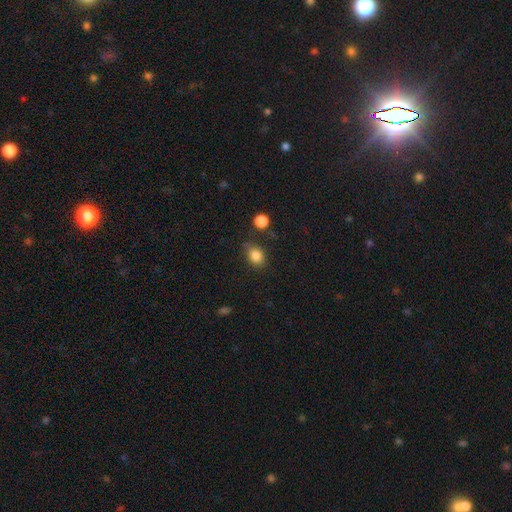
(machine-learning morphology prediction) smooth_or_featured: smooth (p=0.85) [alt: star or artifact p=0.10]
how_rounded: in between (p=0.55) [alt: round p=0.44]
merging: none (p=0.69) [alt: minor disturbance p=0.21]